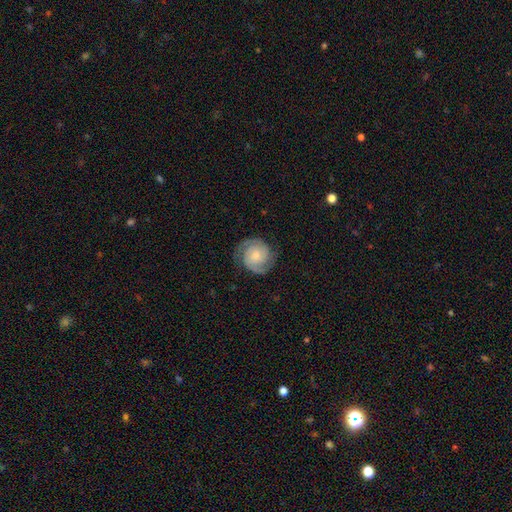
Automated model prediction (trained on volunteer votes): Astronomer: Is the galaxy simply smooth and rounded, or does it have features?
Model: featured or disk — 80%.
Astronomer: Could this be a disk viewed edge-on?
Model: no — 98%.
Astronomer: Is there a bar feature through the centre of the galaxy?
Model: no — 70%.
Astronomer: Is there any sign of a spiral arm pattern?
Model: yes — 97%.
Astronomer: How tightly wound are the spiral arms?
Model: tight — 58% (runner-up: medium, 35%).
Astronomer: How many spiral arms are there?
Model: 2 — 88%.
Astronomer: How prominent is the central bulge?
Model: small — 45% (runner-up: moderate, 41%).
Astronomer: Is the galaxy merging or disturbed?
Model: none — 80%.